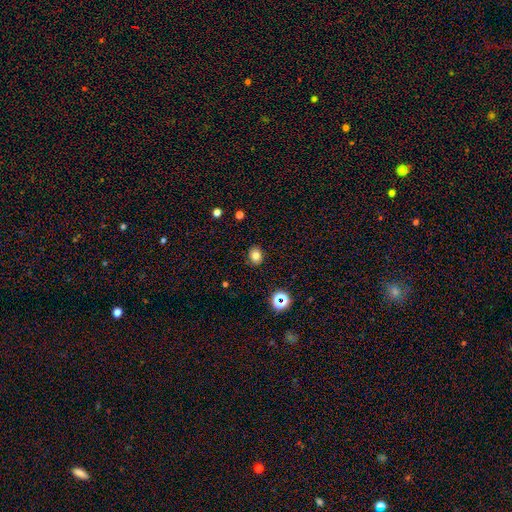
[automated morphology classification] Overall: smooth (77%). How rounded: round (55%; in between 44%). Merging: none (87%).